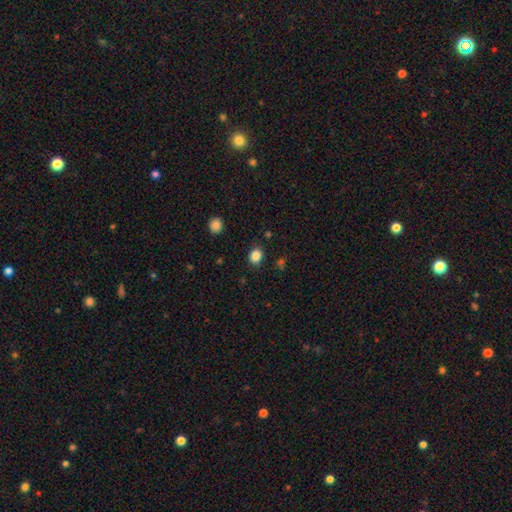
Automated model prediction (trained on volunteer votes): This is clearly a smooth galaxy (85%). How rounded: possibly round (60%). Merging: clearly none (86%).